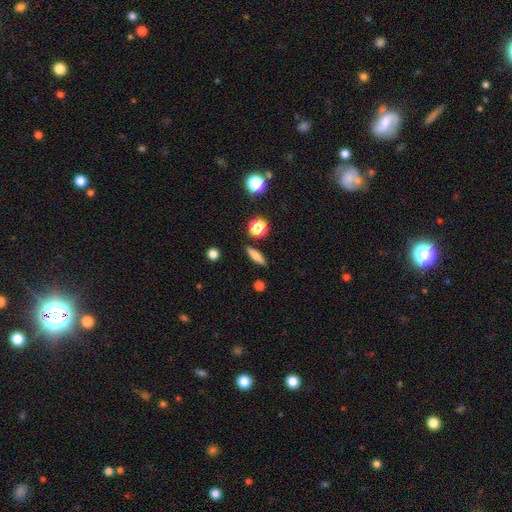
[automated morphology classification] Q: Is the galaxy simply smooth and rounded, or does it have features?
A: smooth — 64%.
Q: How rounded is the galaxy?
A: cigar-shaped — 62%.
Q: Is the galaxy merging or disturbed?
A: none — 88%.